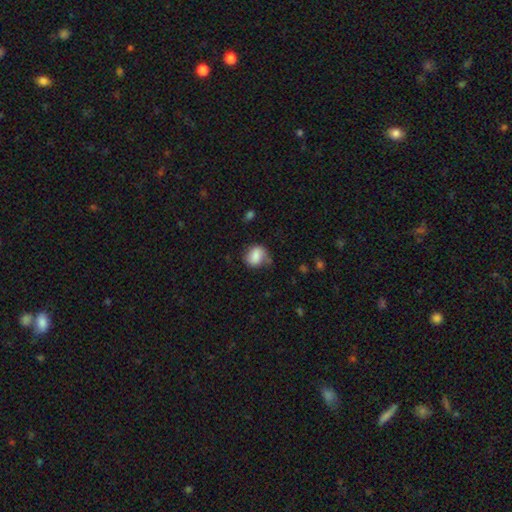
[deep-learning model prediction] smooth 75%, featured or disk 17%, star or artifact 8%. Down the decision tree: how rounded — round (51%); merging — none (53%).